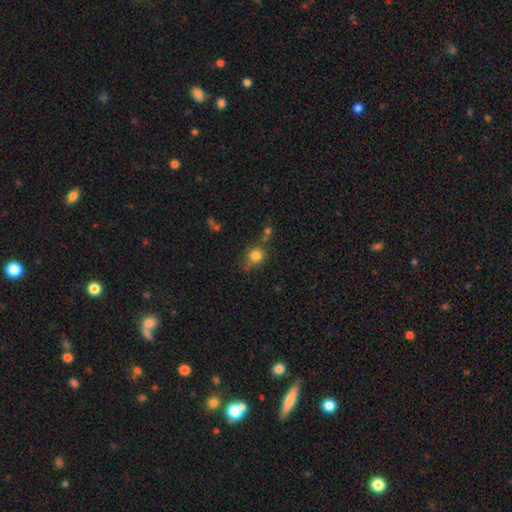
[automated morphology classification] type=smooth (80%); roundness=round (80%); merging=none (61%).